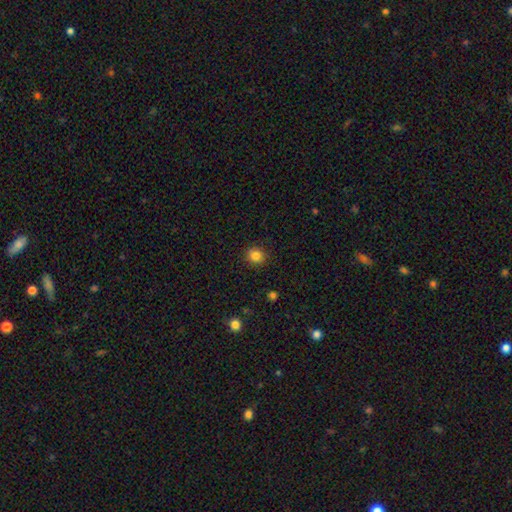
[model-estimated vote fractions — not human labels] smooth_or_featured: smooth (p=0.84) [alt: star or artifact p=0.12]
how_rounded: round (p=0.86) [alt: in between p=0.13]
merging: none (p=0.89) [alt: minor disturbance p=0.07]